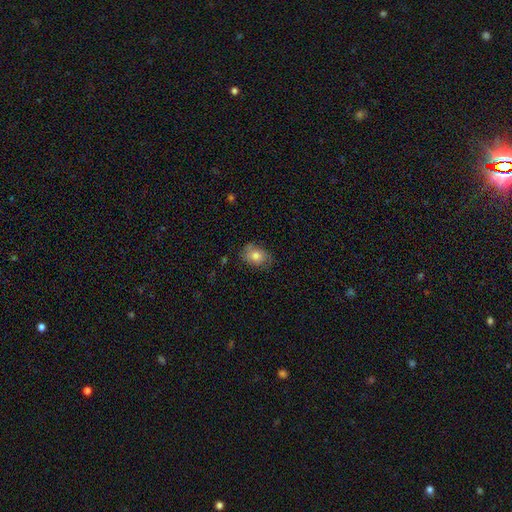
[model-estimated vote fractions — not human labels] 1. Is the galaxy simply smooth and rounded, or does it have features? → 67% smooth, 24% featured or disk, 8% star or artifact.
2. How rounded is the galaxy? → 67% in between, 32% round, 1% cigar-shaped.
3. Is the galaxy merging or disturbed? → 68% none, 24% minor disturbance, 7% major disturbance, 2% merger.